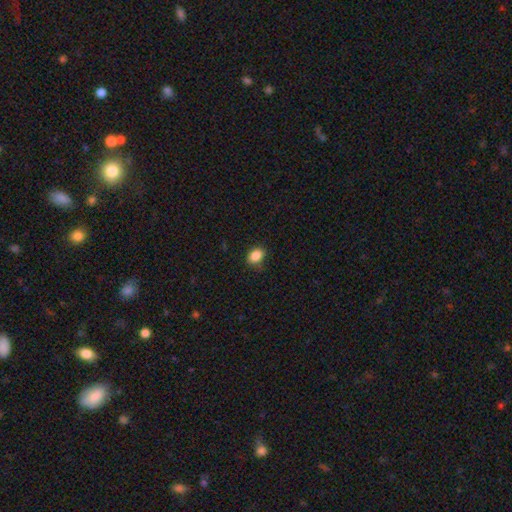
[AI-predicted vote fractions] Smooth or featured? smooth (87%)
How rounded? in between (79%)
Merging? none (81%)